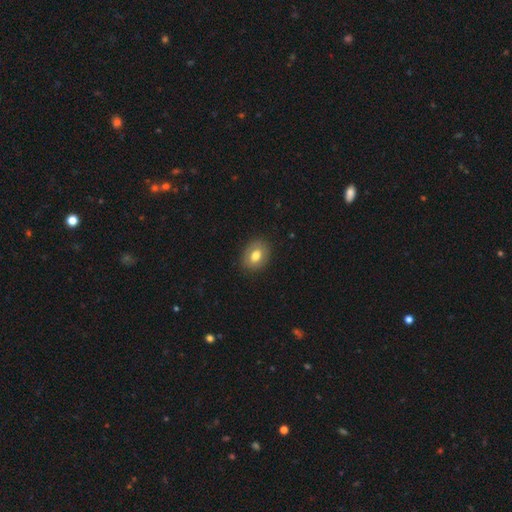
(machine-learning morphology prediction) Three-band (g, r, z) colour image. It shows a smooth galaxy with no disk features (71%) that is in between round and cigar-shaped (59%). Merging: none (86%).